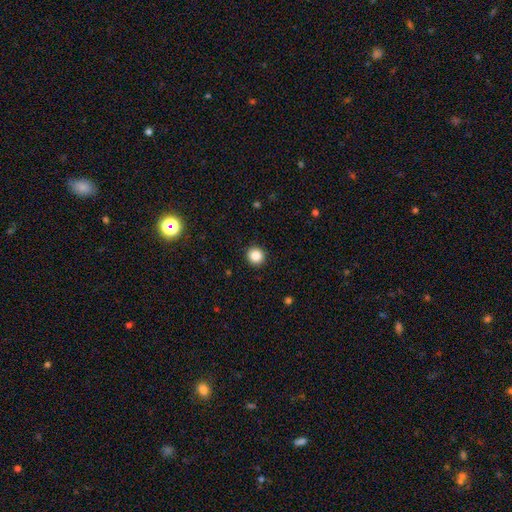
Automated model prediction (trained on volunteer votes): A smooth galaxy with no disk features (86%) that is round (94%). Merging: none (92%).